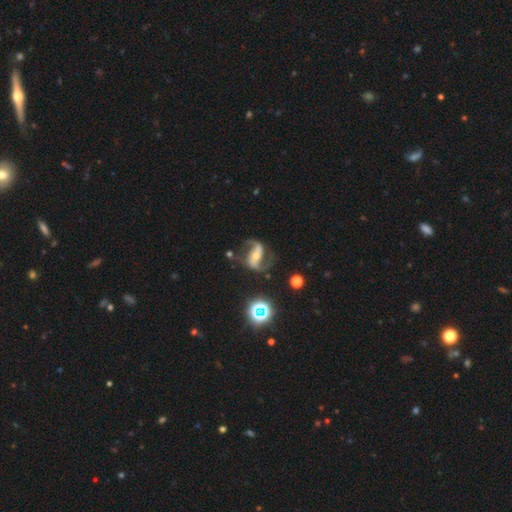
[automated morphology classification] This is clearly a featured or disk galaxy (87%). It is clearly not viewed edge-on (96%). Bar: possibly strong (49%). Spiral arm pattern: clearly yes (96%). Spiral arm count: clearly 2 (92%). Spiral winding: possibly loose (54%). Central bulge: possibly moderate (49%). Merging: likely none (72%).